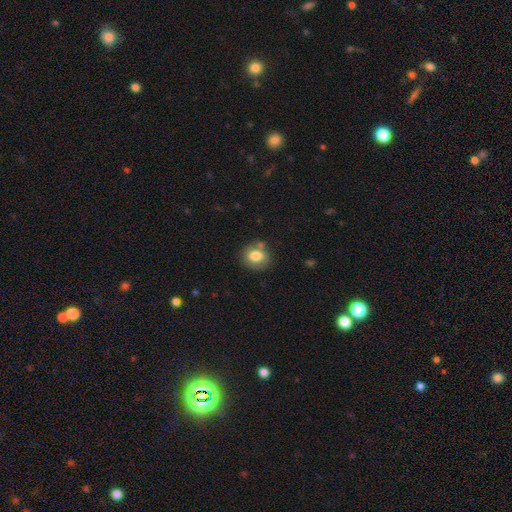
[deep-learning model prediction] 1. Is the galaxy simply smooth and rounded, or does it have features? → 79% smooth, 12% featured or disk, 9% star or artifact.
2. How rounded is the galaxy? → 63% round, 36% in between, 1% cigar-shaped.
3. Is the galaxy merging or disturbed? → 69% none, 16% minor disturbance, 11% merger, 4% major disturbance.